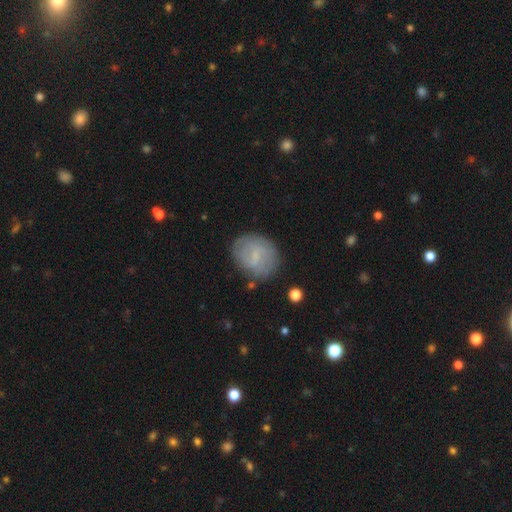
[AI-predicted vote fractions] Smooth or featured? Predicted: smooth (p=0.55). How rounded? Predicted: round (p=0.58). Merging? Predicted: none (p=0.73).